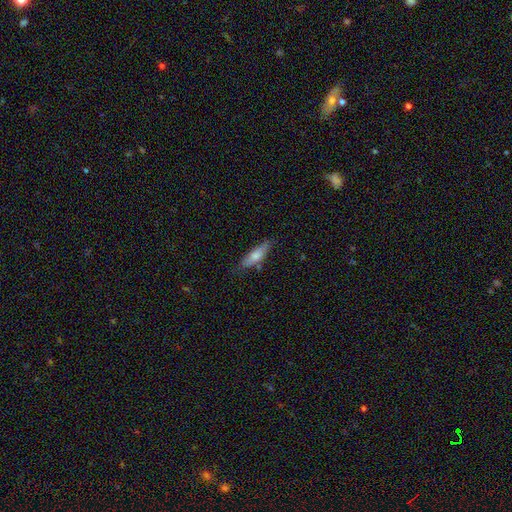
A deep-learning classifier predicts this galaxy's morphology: Overall: smooth (70%). How rounded: cigar-shaped (52%; in between 46%). Merging: none (72%).